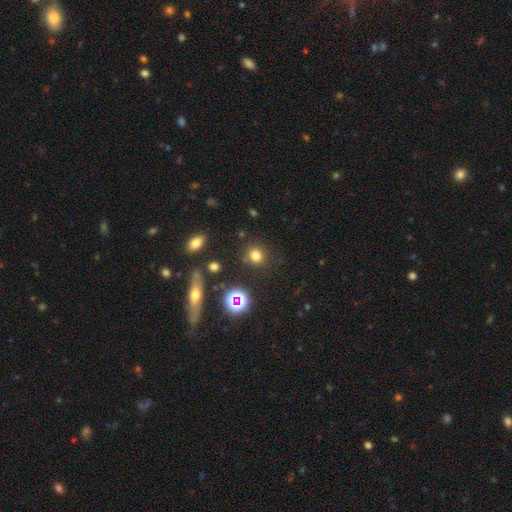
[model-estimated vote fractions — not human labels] The model was most divided on "smooth or featured": smooth: 75%, star or artifact: 18%, featured or disk: 7%. More confident: merging — none (85%); how rounded — round (81%).